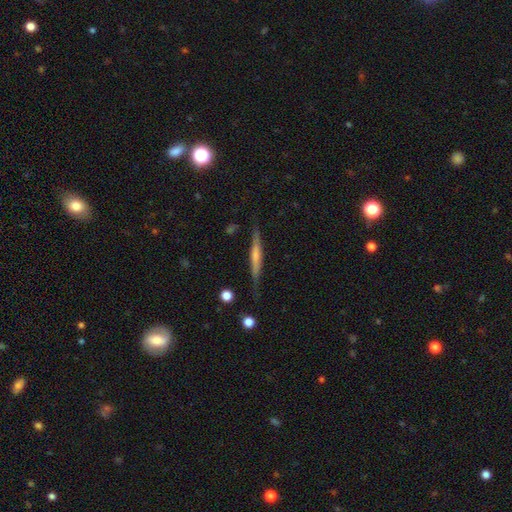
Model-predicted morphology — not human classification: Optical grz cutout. It shows a featured or disk galaxy (51%) viewed edge-on (95%). Merging: none (79%).